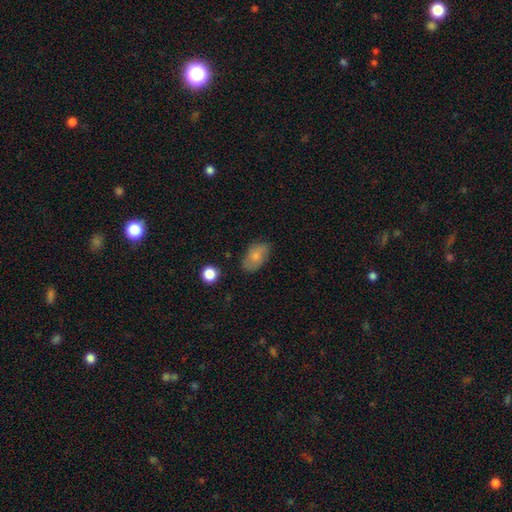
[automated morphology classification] smooth-or-featured: smooth: 74% | featured or disk: 19% | star or artifact: 8%
  how-rounded: in between: 90% | round: 8% | cigar-shaped: 2%
  merging: none: 74% | minor disturbance: 20% | major disturbance: 5% | merger: 2%